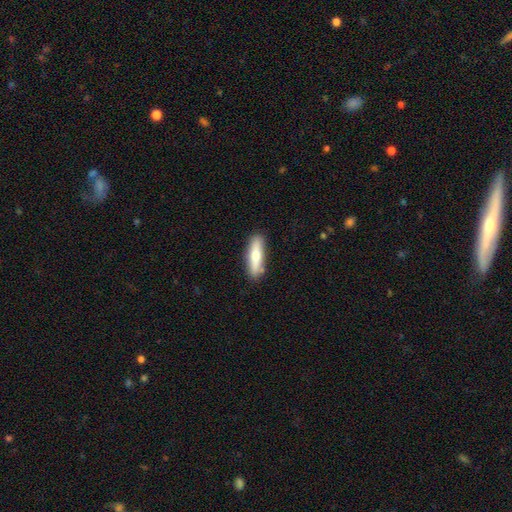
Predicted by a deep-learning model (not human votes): A smooth galaxy with no disk features (64%) that is cigar-shaped (70%). Merging: none (85%).